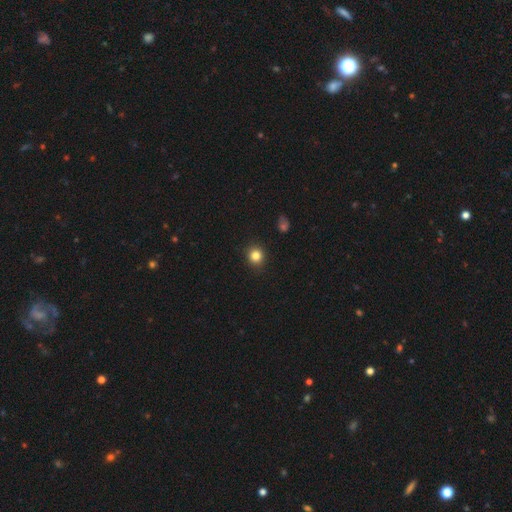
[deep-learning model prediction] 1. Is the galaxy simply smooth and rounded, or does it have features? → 83% smooth, 12% star or artifact, 5% featured or disk.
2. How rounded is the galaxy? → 87% round, 12% in between, 1% cigar-shaped.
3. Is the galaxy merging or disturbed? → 90% none, 7% minor disturbance, 2% major disturbance, 1% merger.